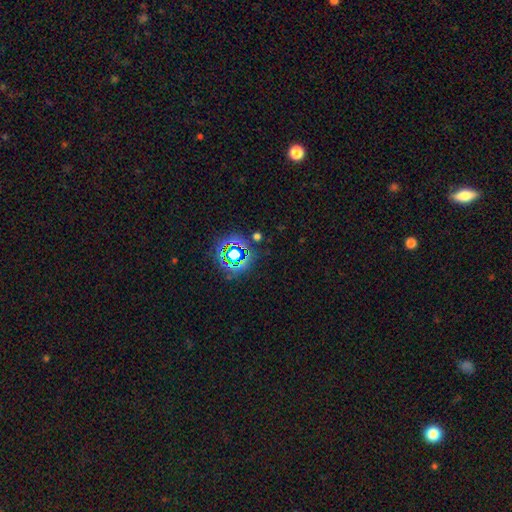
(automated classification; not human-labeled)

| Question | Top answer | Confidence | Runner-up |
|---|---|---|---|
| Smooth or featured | star or artifact | 74% | smooth (16%) |